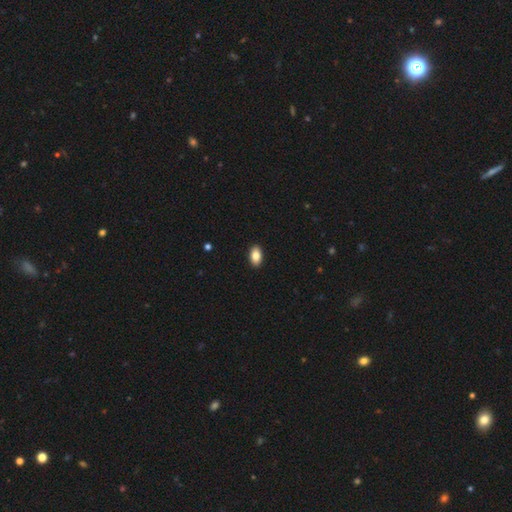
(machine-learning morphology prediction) Overall: smooth (85%). How rounded: in between (92%). Merging: none (91%).